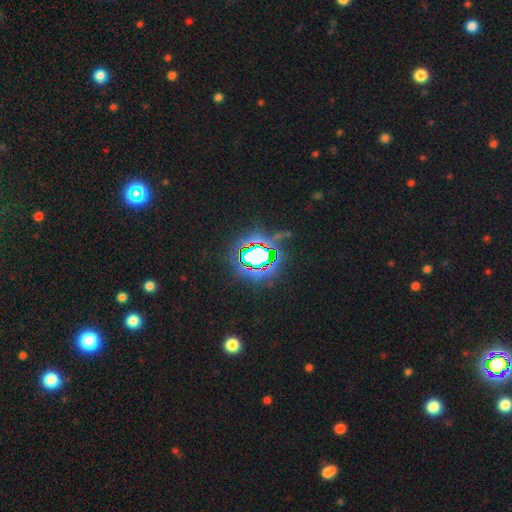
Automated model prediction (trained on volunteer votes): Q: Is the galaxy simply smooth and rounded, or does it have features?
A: star or artifact — 73%.